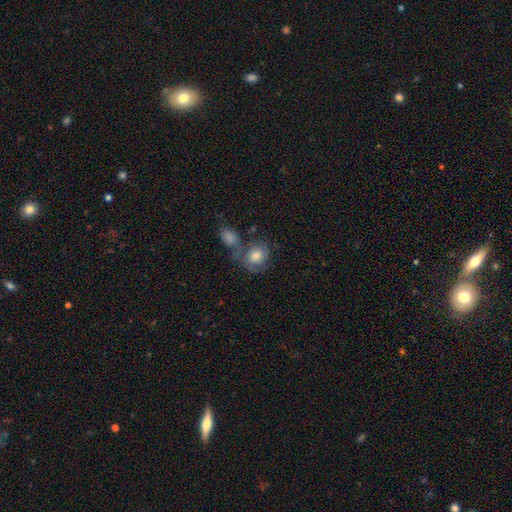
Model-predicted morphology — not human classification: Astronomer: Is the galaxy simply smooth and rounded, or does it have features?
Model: smooth — 48% (runner-up: featured or disk, 43%).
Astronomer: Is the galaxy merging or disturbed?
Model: none — 40% (runner-up: merger, 34%).